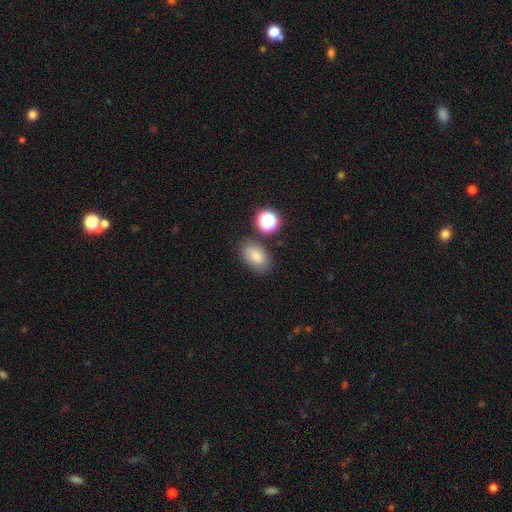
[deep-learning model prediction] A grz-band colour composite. It shows a smooth galaxy with no disk features (81%) that is in between round and cigar-shaped (89%). Merging: none (77%).